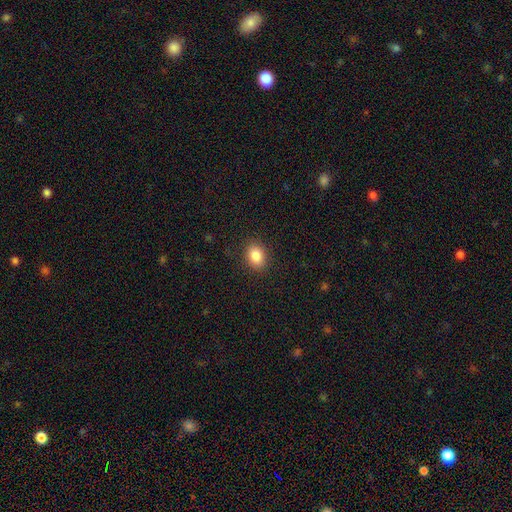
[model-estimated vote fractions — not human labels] Q: Smooth or featured?
A: smooth (86%); runner-up: star or artifact (9%)
Q: How rounded?
A: in between (69%); runner-up: round (30%)
Q: Merging?
A: none (89%); runner-up: minor disturbance (8%)